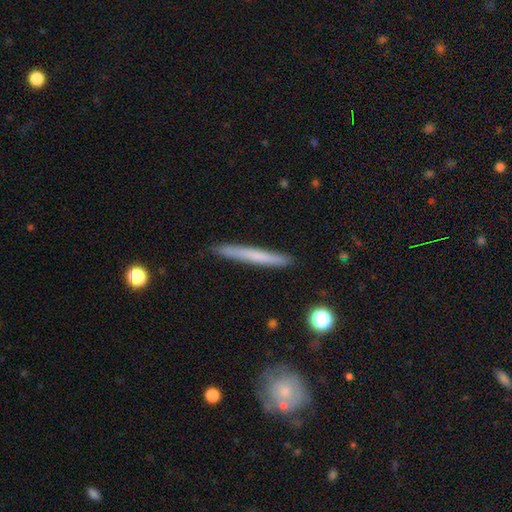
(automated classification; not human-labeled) smooth-or-featured: smooth: 63% | featured or disk: 31% | star or artifact: 6%
  how-rounded: cigar-shaped: 97% | in between: 2% | round: 1%
  merging: none: 90% | minor disturbance: 7% | major disturbance: 1% | merger: 1%